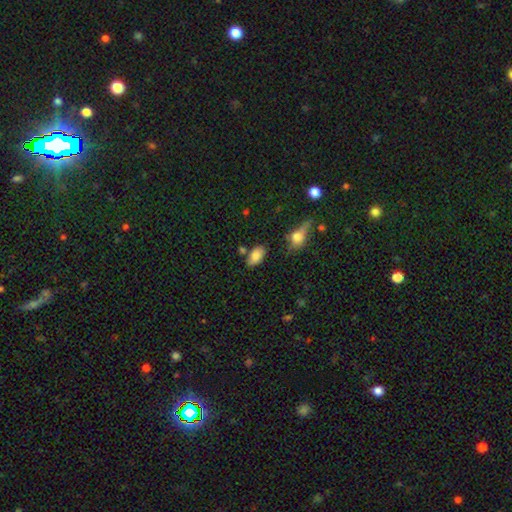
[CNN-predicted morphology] This is clearly a smooth galaxy (82%). How rounded: clearly in between (92%). Merging: likely none (71%).